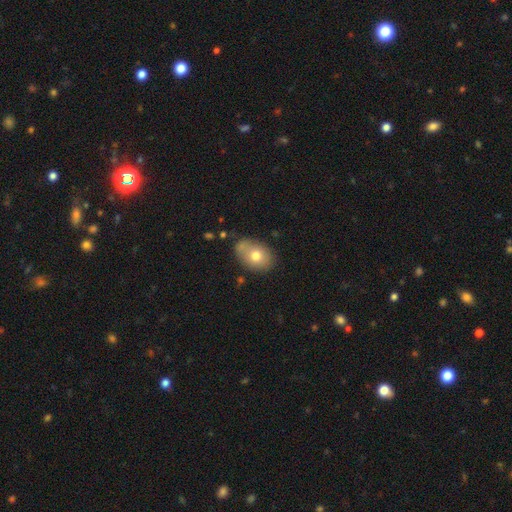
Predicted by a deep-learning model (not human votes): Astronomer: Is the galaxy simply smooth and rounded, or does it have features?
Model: smooth — 73%.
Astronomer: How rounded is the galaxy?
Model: in between — 75%.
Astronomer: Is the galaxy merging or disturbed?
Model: none — 63%.